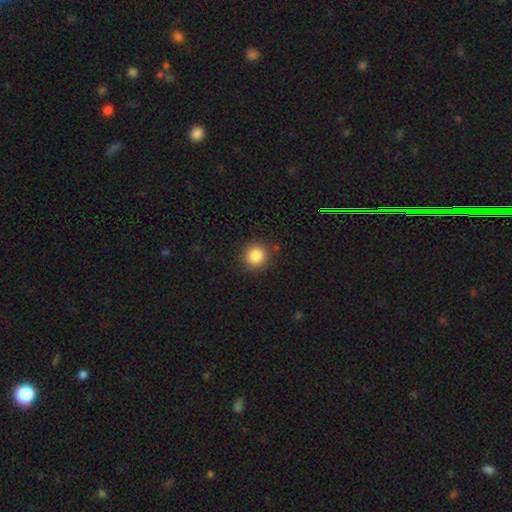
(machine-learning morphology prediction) Q: Smooth or featured?
A: smooth (86%); runner-up: star or artifact (10%)
Q: How rounded?
A: round (92%); runner-up: in between (7%)
Q: Merging?
A: none (88%); runner-up: minor disturbance (8%)